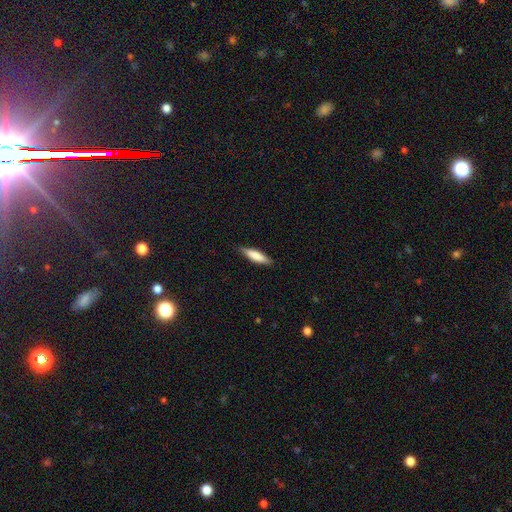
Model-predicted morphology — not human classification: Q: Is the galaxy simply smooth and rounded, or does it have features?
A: smooth — 77%.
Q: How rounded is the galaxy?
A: cigar-shaped — 69%.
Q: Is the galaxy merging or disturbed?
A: none — 85%.